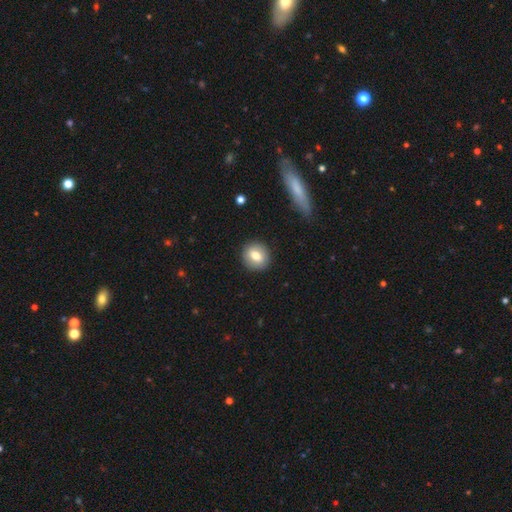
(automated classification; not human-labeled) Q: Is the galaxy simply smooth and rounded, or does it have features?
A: smooth — 73%.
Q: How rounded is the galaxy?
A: round — 82%.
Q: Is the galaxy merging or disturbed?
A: none — 90%.